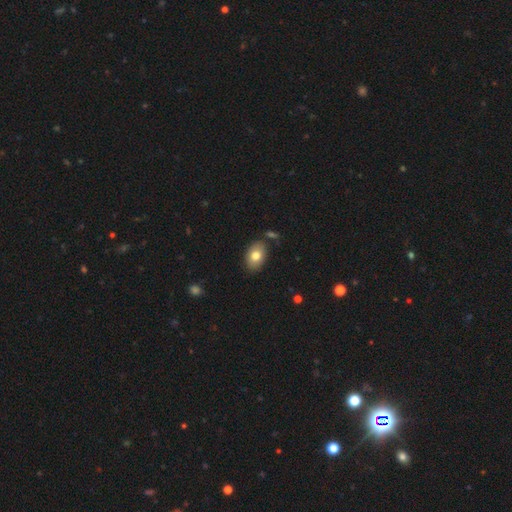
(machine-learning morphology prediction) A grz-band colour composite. It shows a smooth galaxy with no disk features (78%) that is in between round and cigar-shaped (87%). Merging: none (81%).